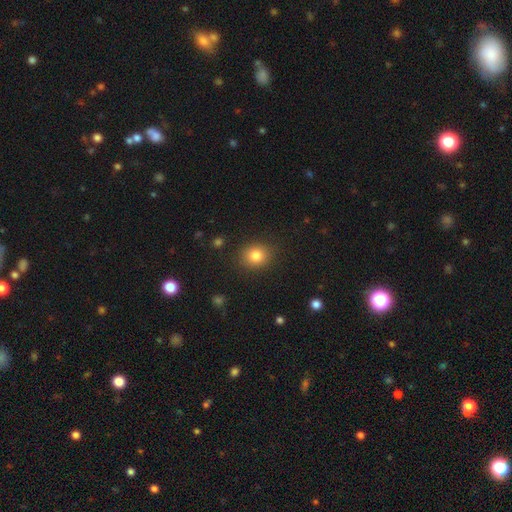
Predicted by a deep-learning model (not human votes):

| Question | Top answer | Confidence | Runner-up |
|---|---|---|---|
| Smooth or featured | smooth | 83% | star or artifact (11%) |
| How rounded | round | 73% | in between (26%) |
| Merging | none | 88% | minor disturbance (8%) |